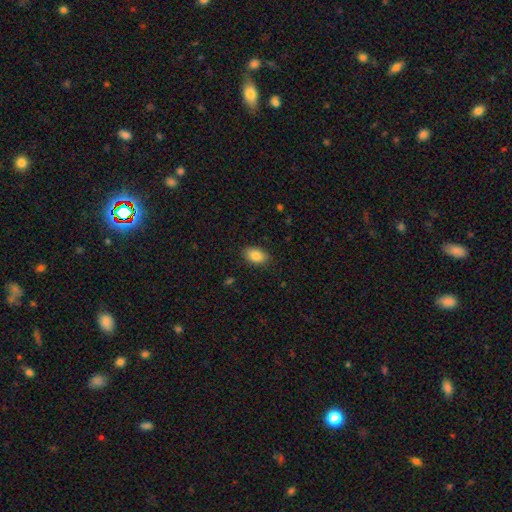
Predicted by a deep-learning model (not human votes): A smooth galaxy with no disk features (86%) that is in between round and cigar-shaped (88%). Merging: none (87%).